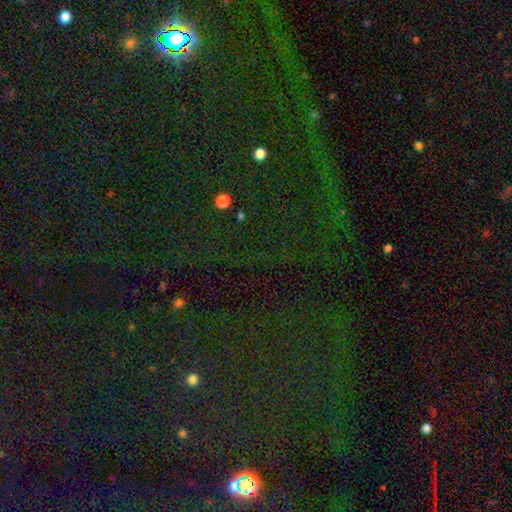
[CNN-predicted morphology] Smooth or featured? star or artifact (78%)